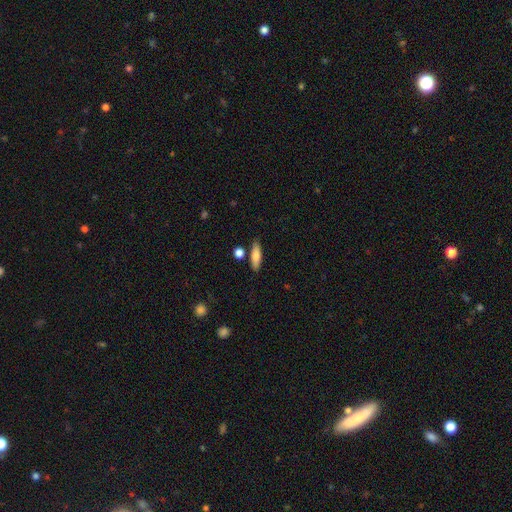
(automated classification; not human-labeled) smooth-or-featured: smooth: 77% | featured or disk: 17% | star or artifact: 7%
  how-rounded: cigar-shaped: 53% | in between: 44% | round: 3%
  merging: none: 81% | minor disturbance: 11% | merger: 6% | major disturbance: 2%